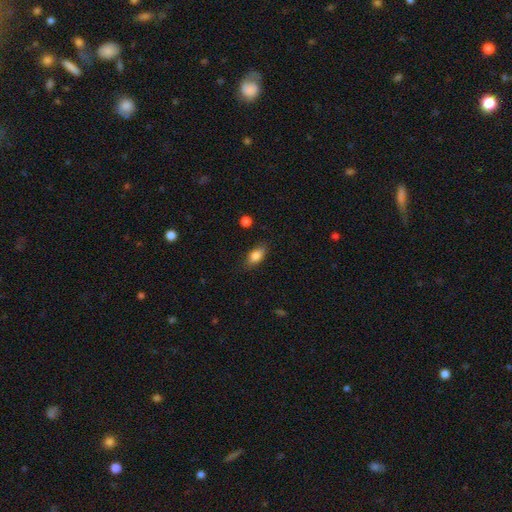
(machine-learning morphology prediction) A smooth galaxy with no disk features (83%) that is in between round and cigar-shaped (86%).

Vote fractions:
- Smooth or featured? smooth: 83% / featured or disk: 9% / star or artifact: 8%
- How rounded? in between: 86% / cigar-shaped: 8% / round: 6%
- Merging? none: 83% / minor disturbance: 13% / major disturbance: 3% / merger: 1%